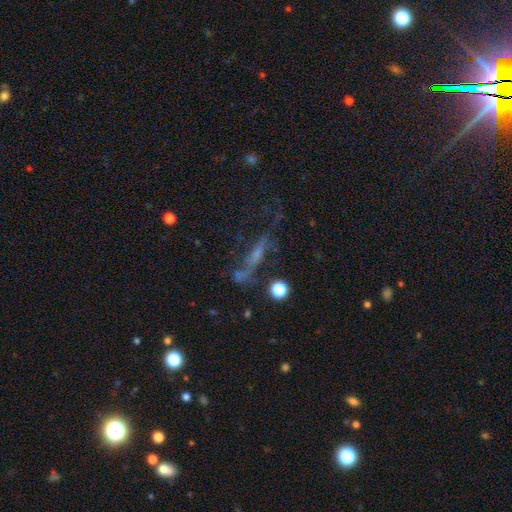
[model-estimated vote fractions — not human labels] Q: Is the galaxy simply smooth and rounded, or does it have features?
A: featured or disk — 51%.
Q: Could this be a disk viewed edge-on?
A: no — 51%.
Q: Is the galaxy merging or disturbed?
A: none — 47%.